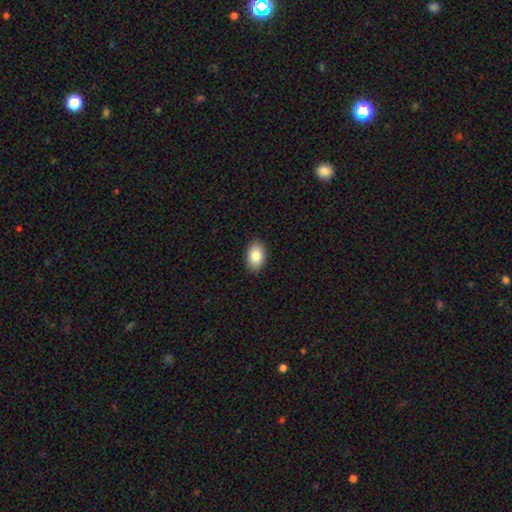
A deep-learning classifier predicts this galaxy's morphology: A smooth galaxy with no disk features (85%) that is in between round and cigar-shaped (90%).

Vote fractions:
- Smooth or featured? smooth: 85% / featured or disk: 8% / star or artifact: 7%
- How rounded? in between: 90% / round: 9% / cigar-shaped: 1%
- Merging? none: 89% / minor disturbance: 8% / major disturbance: 2% / merger: 1%